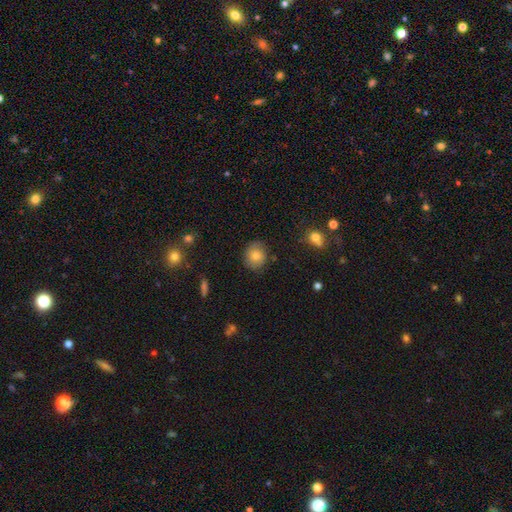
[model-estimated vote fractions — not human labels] smooth_or_featured: smooth (p=0.76) [alt: featured or disk p=0.14]
how_rounded: round (p=0.68) [alt: in between p=0.31]
merging: none (p=0.81) [alt: minor disturbance p=0.15]